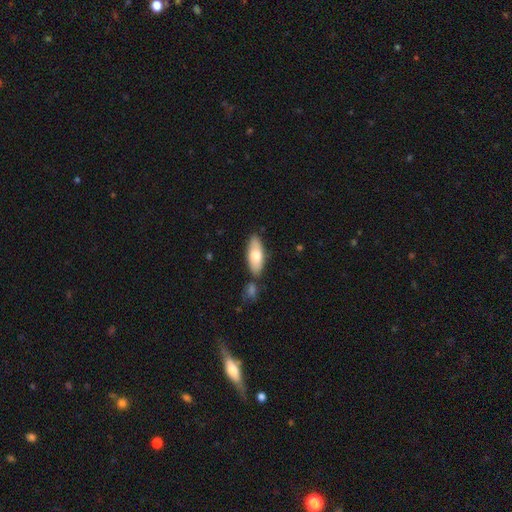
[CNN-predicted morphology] Smooth or featured: smooth — 72% (featured or disk — 22%)
How rounded: in between — 76% (cigar-shaped — 22%)
Merging: none — 75% (minor disturbance — 13%)